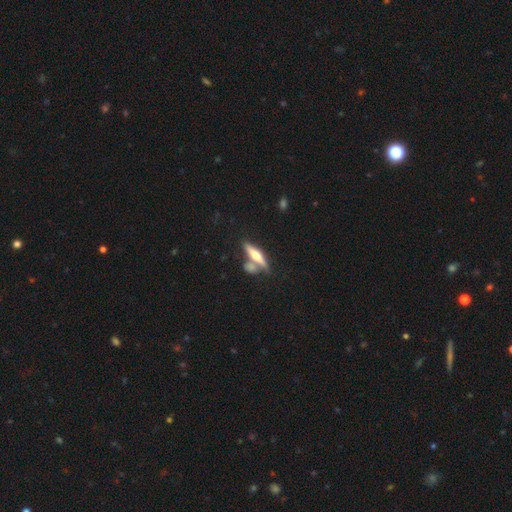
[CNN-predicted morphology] The model was most divided on "smooth or featured": featured or disk: 53%, smooth: 40%, star or artifact: 7%. More confident: edge-on disk — yes (92%); merging — none (58%).